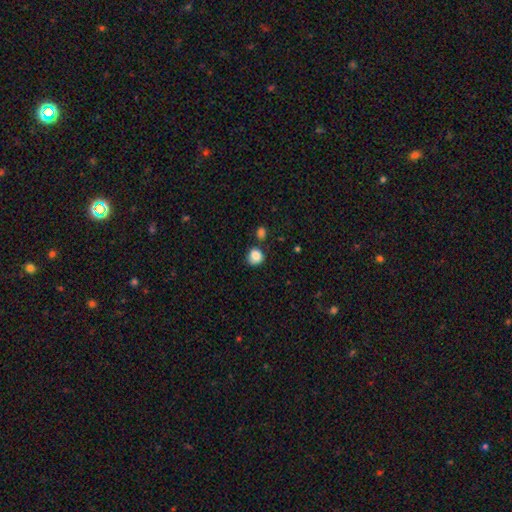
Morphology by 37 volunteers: Smooth or featured?
  - smooth: 92% *
  - featured or disk: 5%
  - star or artifact: 3%
How rounded?
  - round: 88% *
  - in between: 12%
  - cigar-shaped: 0%
Merging?
  - none: 67% *
  - minor disturbance: 22%
  - major disturbance: 6%
  - merger: 6%